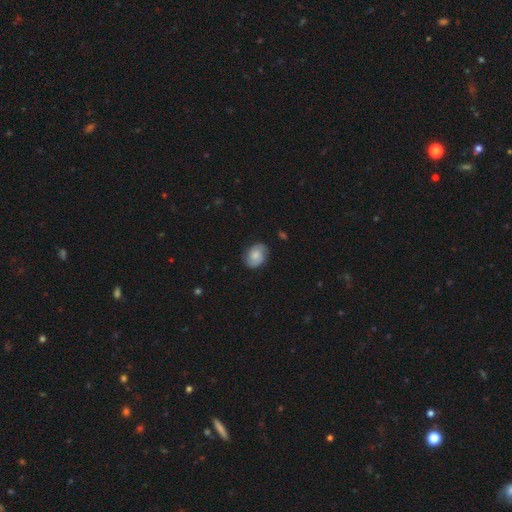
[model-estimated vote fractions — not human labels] Smooth or featured: smooth — 51% (featured or disk — 41%)
How rounded: in between — 61% (round — 38%)
Merging: none — 79% (minor disturbance — 16%)